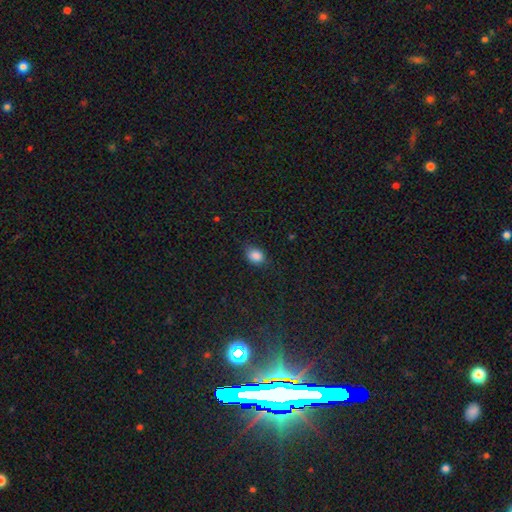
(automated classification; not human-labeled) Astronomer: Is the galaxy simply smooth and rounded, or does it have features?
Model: smooth — 85%.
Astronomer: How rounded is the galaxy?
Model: in between — 64%.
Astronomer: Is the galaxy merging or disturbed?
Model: none — 70%.